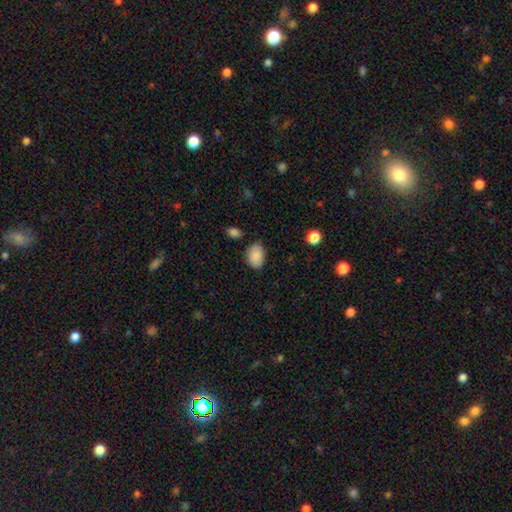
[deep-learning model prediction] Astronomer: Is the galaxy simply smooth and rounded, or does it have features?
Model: smooth — 88%.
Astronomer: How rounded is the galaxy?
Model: in between — 82%.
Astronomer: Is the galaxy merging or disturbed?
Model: none — 75%.